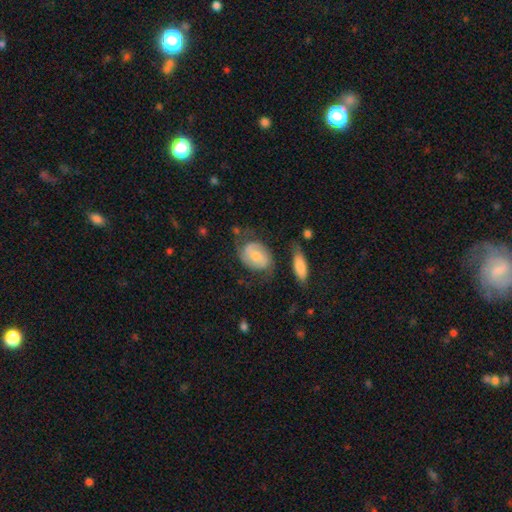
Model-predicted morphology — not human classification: Smooth or featured?
  - featured or disk: 55% *
  - smooth: 38%
  - star or artifact: 7%
Edge-on disk?
  - no: 96% *
  - yes: 4%
Bar?
  - no: 63% *
  - weak: 30%
  - strong: 7%
Spiral arms?
  - yes: 81% *
  - no: 19%
Bulge size?
  - moderate: 50% *
  - small: 41%
  - large: 5%
  - none: 3%
  - dominant: 1%
Merging?
  - none: 51% *
  - minor disturbance: 25%
  - major disturbance: 16%
  - merger: 8%